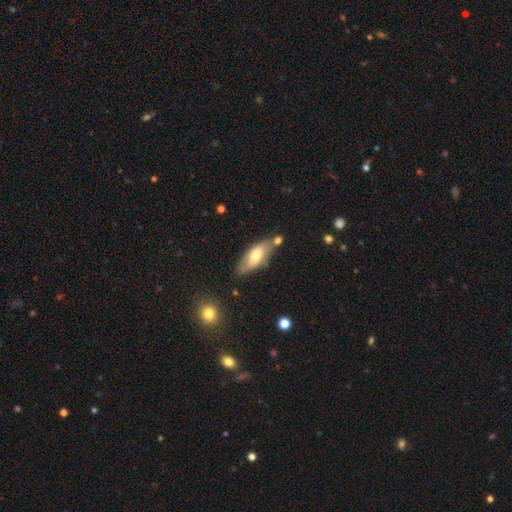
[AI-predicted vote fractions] smooth-or-featured: smooth: 60% | featured or disk: 33% | star or artifact: 6%
  how-rounded: in between: 71% | cigar-shaped: 27% | round: 2%
  merging: none: 67% | minor disturbance: 18% | merger: 10% | major disturbance: 4%